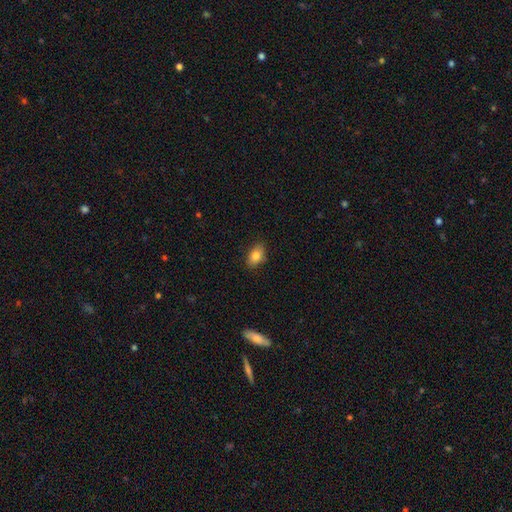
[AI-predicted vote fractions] Smooth or featured? Predicted: smooth (p=0.82). How rounded? Predicted: in between (p=0.88). Merging? Predicted: none (p=0.85).